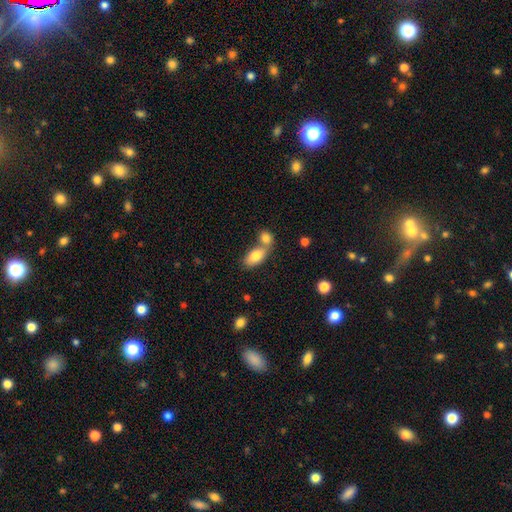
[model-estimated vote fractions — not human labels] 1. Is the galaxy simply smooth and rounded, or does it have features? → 81% smooth, 12% featured or disk, 7% star or artifact.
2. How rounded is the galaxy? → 90% in between, 5% round, 4% cigar-shaped.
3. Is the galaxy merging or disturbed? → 51% merger, 37% none, 9% minor disturbance, 3% major disturbance.